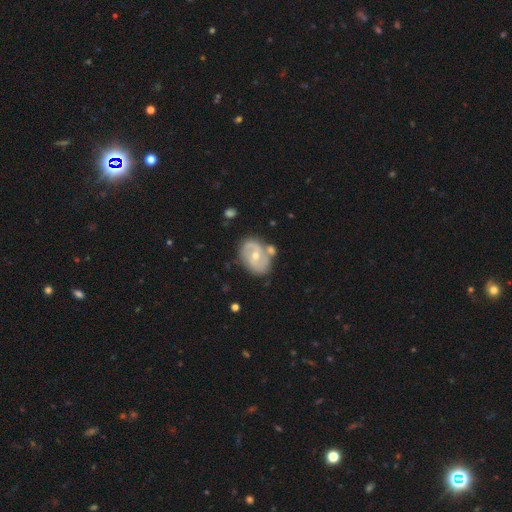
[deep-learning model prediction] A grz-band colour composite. It shows a featured or disk galaxy (74%) with no bar (46%), 2 (79%) medium (47%) spiral arms (82%) and a moderate central bulge (54%). Merging: none (61%).